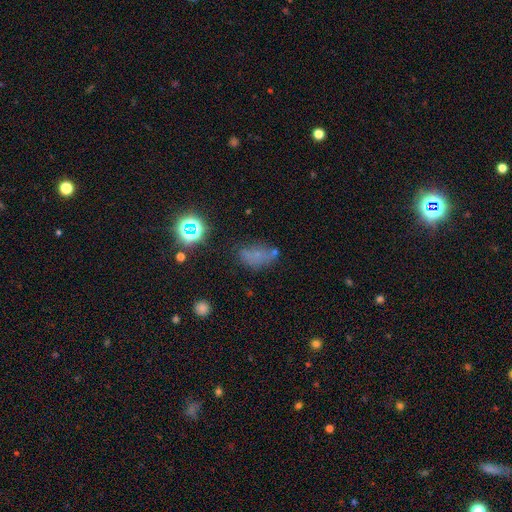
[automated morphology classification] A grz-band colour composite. It shows a smooth galaxy with no disk features (55%) that is in between round and cigar-shaped (82%). Merging: none (51%).